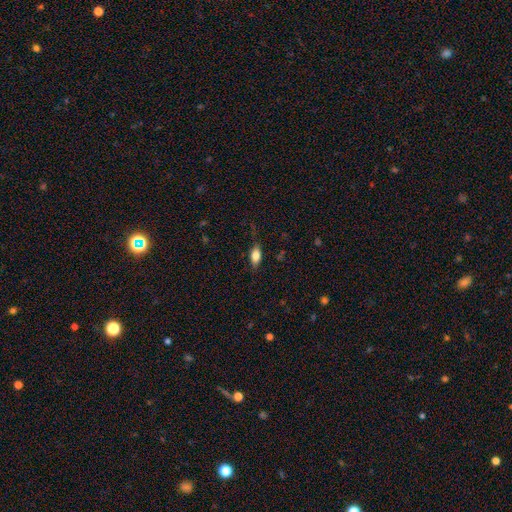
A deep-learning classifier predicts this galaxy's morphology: smooth-or-featured: smooth: 75% | featured or disk: 17% | star or artifact: 8%
  how-rounded: in between: 83% | cigar-shaped: 11% | round: 5%
  merging: none: 77% | minor disturbance: 17% | major disturbance: 4% | merger: 1%